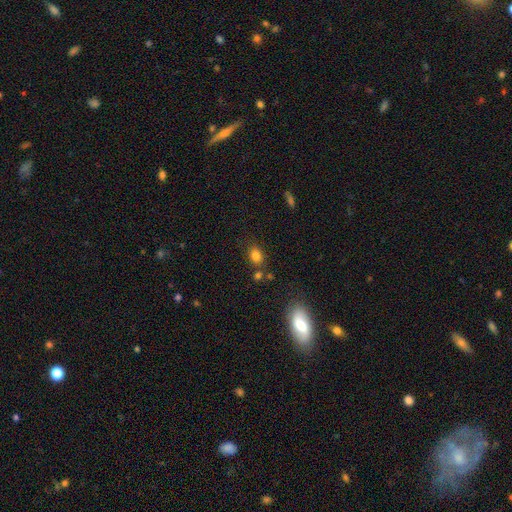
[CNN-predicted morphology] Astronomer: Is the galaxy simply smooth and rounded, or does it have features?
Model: smooth — 81%.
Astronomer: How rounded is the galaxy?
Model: in between — 60% (runner-up: round, 38%).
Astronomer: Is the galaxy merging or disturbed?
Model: none — 74%.